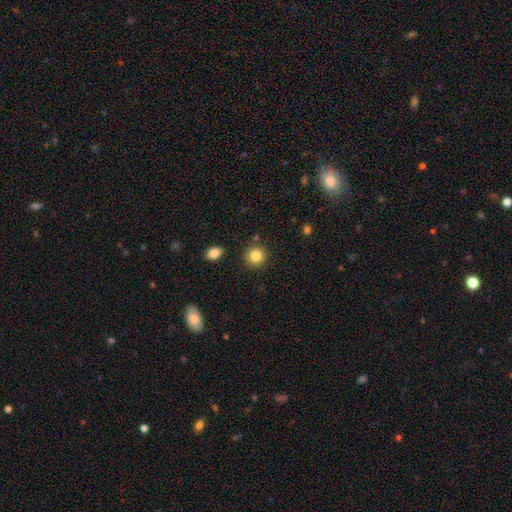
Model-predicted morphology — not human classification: This appears to be a smooth galaxy with no disk features (84%) that is round (89%). Merging: none (85%).